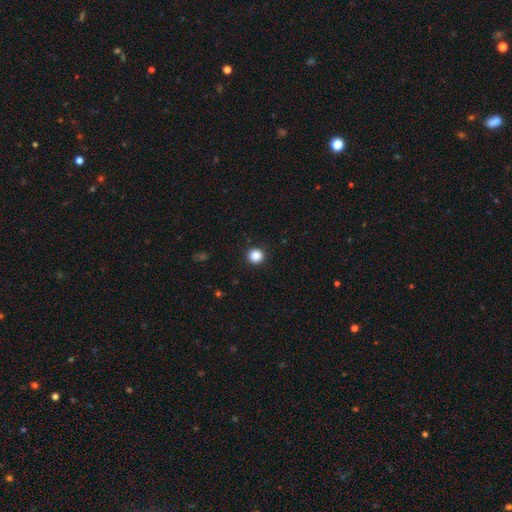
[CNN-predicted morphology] smooth 86%, star or artifact 11%, featured or disk 3%. Down the decision tree: how rounded — round (95%); merging — none (92%).